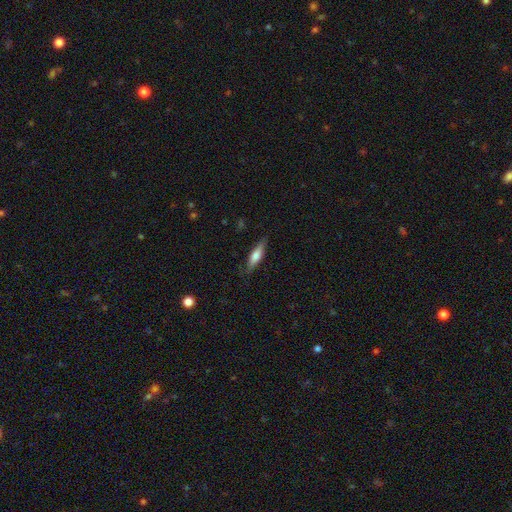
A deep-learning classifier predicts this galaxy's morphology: smooth_or_featured: smooth (p=0.64) [alt: featured or disk p=0.30]
how_rounded: cigar-shaped (p=0.65) [alt: in between p=0.33]
merging: none (p=0.81) [alt: minor disturbance p=0.14]